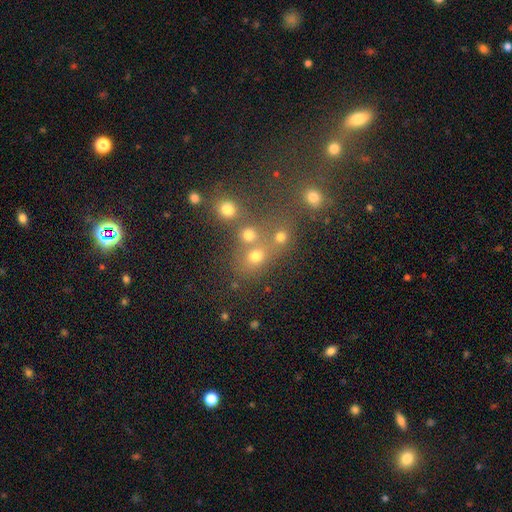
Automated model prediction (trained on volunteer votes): Q: Smooth or featured?
A: smooth (66%); runner-up: star or artifact (23%)
Q: How rounded?
A: round (69%); runner-up: in between (29%)
Q: Merging?
A: none (54%); runner-up: merger (31%)